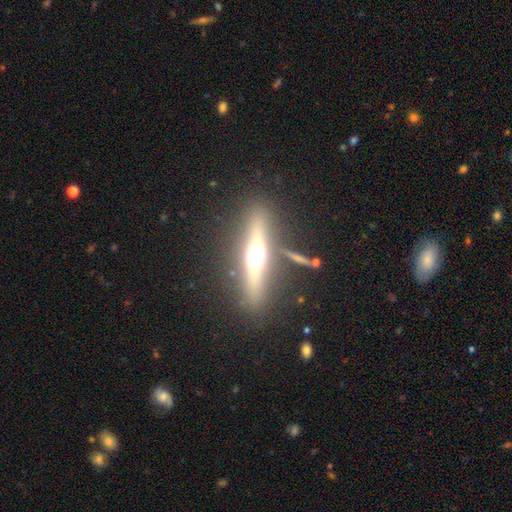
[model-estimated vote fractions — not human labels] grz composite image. It shows a featured or disk galaxy (67%) viewed edge-on (92%) with a rounded central bulge (95%). Merging: none (81%).